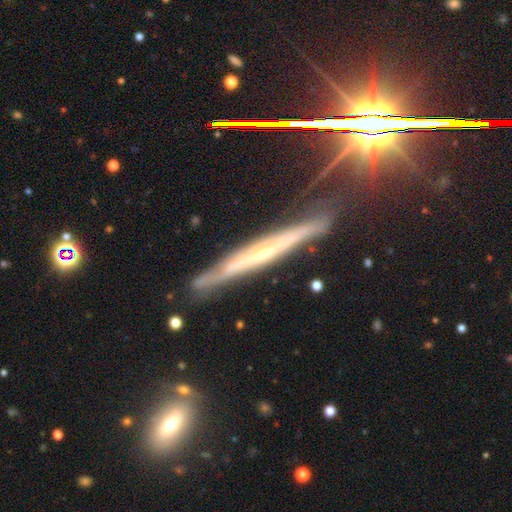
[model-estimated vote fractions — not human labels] smooth_or_featured: featured or disk (p=0.72) [alt: smooth p=0.17]
disk_edge_on: yes (p=0.90) [alt: no p=0.10]
edge_on_bulge: rounded (p=0.51) [alt: none p=0.43]
merging: none (p=0.81) [alt: minor disturbance p=0.14]